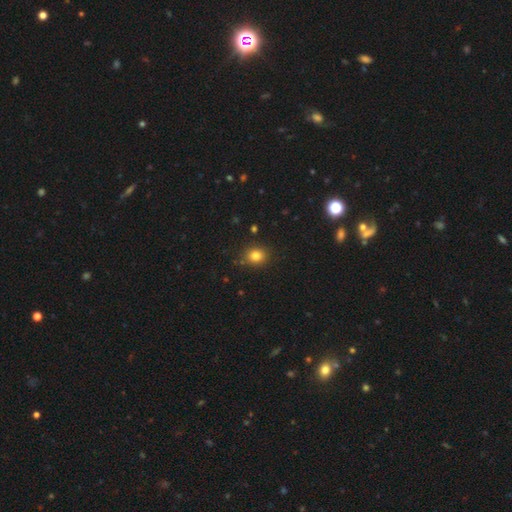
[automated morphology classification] smooth_or_featured: smooth (p=0.82) [alt: star or artifact p=0.12]
how_rounded: round (p=0.71) [alt: in between p=0.28]
merging: none (p=0.86) [alt: minor disturbance p=0.09]